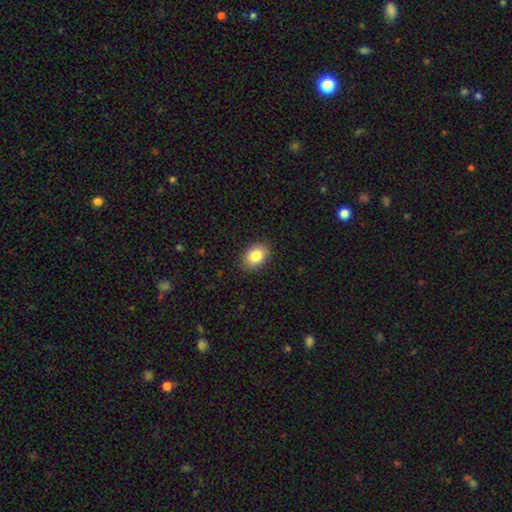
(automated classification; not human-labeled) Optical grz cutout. It shows a smooth galaxy with no disk features (84%) that is in between round and cigar-shaped (80%). Merging: none (88%).